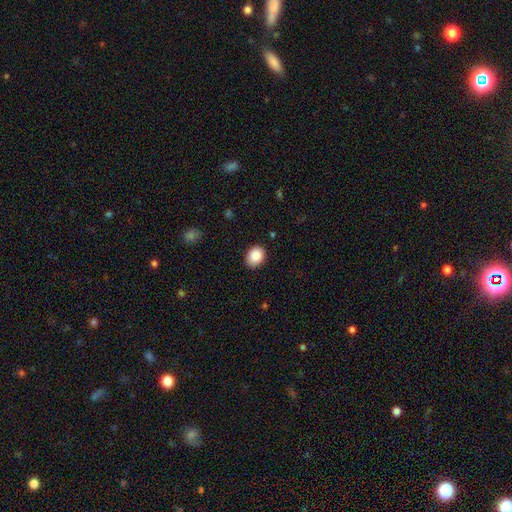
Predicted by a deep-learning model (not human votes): Smooth or featured? smooth (88%)
How rounded? in between (55%)
Merging? none (87%)